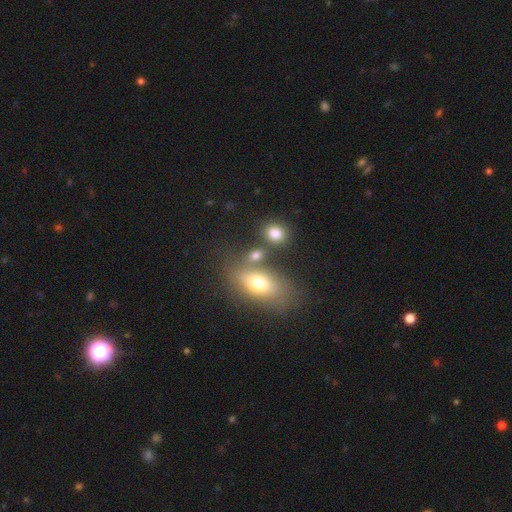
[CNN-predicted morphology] type=smooth (71%); roundness=in between (70%); merging=none (53%).